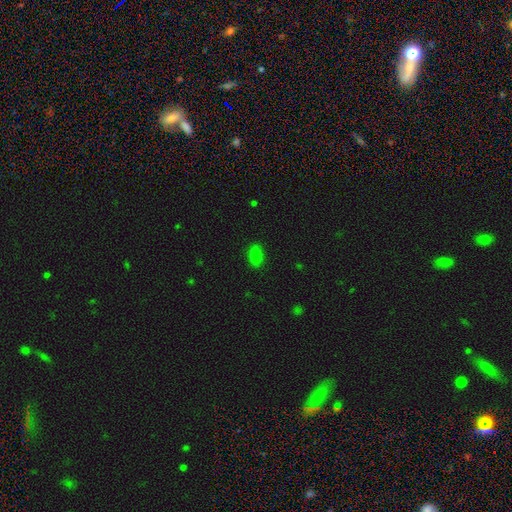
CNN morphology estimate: This appears to be a smooth galaxy with no disk features (80%) that is in between round and cigar-shaped (85%). Merging: none (84%).